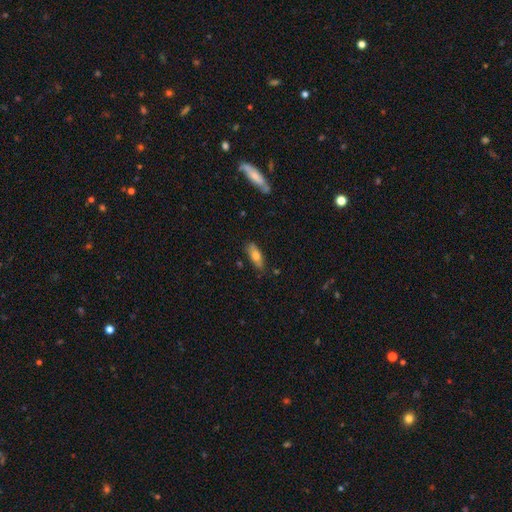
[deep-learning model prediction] Smooth or featured? smooth (69%)
How rounded? in between (64%)
Merging? none (77%)